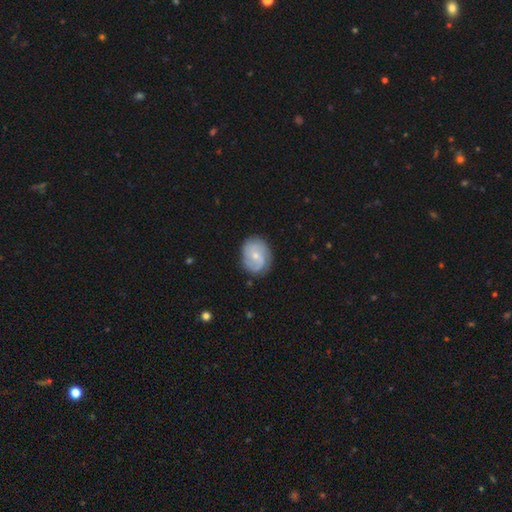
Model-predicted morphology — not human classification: Smooth or featured? featured or disk (68%)
Edge-on disk? no (98%)
Bar? no (65%)
Spiral arms? yes (91%)
Spiral winding? tight (44%)
Spiral arm count? 2 (49%)
Bulge size? small (63%)
Merging? none (77%)